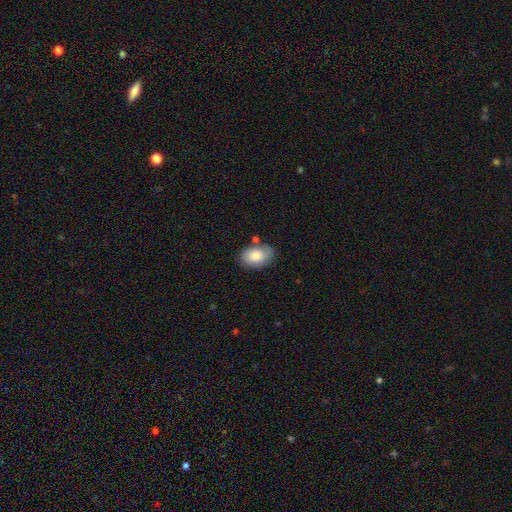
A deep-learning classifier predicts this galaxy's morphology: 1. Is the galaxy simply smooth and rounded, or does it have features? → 80% smooth, 14% featured or disk, 7% star or artifact.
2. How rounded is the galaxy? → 89% in between, 10% round, 1% cigar-shaped.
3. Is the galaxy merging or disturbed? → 73% none, 18% minor disturbance, 5% merger, 4% major disturbance.